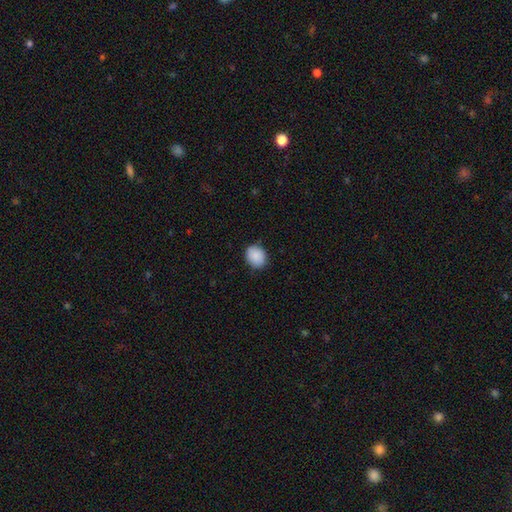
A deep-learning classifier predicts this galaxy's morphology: Smooth or featured? Predicted: smooth (p=0.89). How rounded? Predicted: round (p=0.60). Merging? Predicted: none (p=0.83).